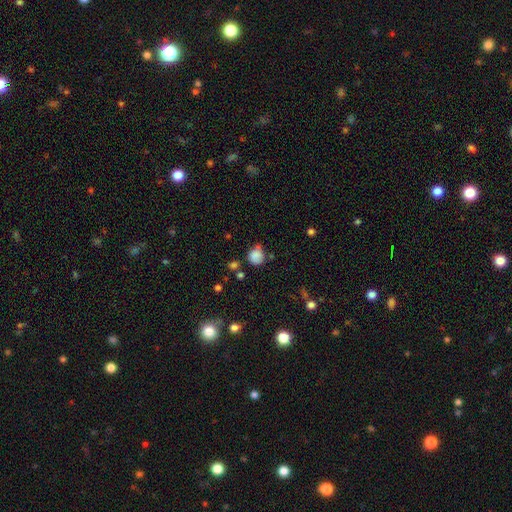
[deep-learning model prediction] This appears to be a smooth galaxy with no disk features (82%) that is round (75%). Merging: none (55%).